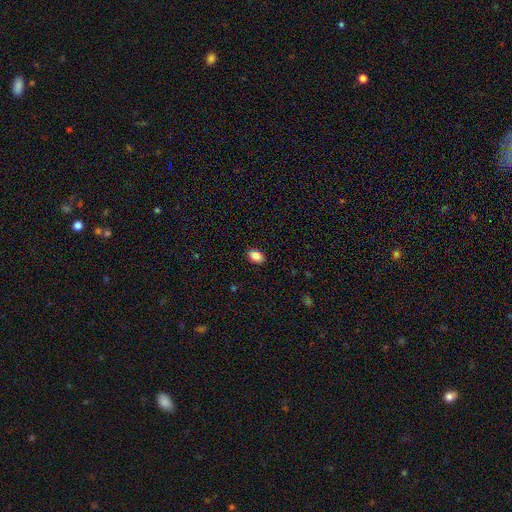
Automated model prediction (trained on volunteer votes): Smooth or featured? smooth (87%)
How rounded? in between (83%)
Merging? none (88%)